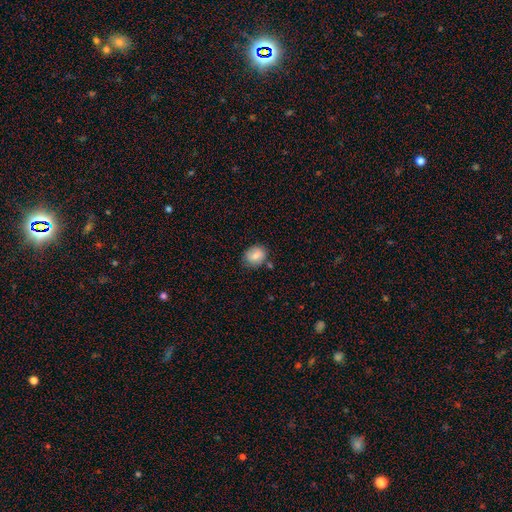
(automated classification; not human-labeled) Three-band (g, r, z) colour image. It shows a smooth galaxy with no disk features (81%) that is round (55%). Merging: none (74%).